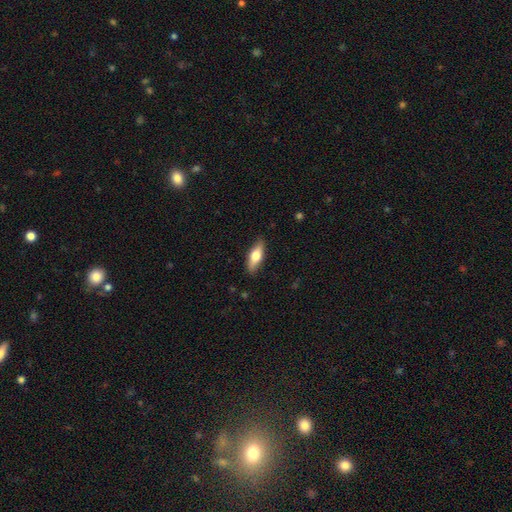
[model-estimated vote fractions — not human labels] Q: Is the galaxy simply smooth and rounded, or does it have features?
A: smooth — 61%.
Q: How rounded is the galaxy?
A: in between — 62%.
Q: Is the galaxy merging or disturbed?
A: none — 85%.